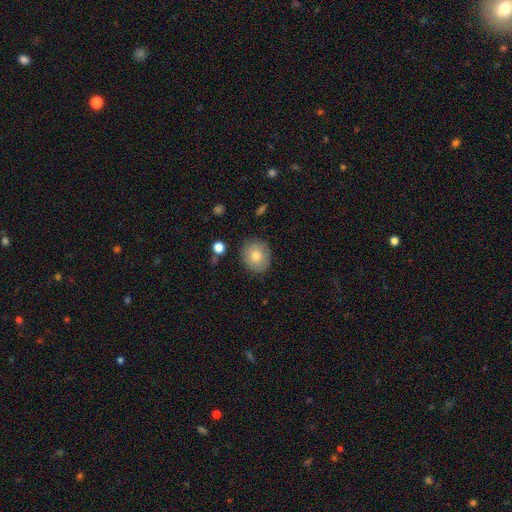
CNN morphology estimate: smooth_or_featured: smooth (p=0.76) [alt: featured or disk p=0.16]
how_rounded: round (p=0.78) [alt: in between p=0.21]
merging: none (p=0.86) [alt: minor disturbance p=0.10]